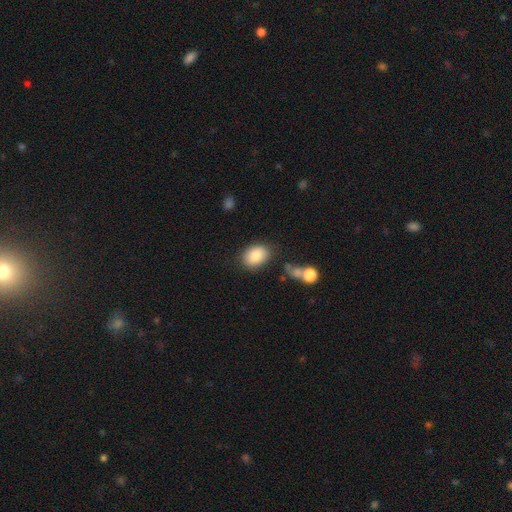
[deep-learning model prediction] smooth 83%, featured or disk 9%, star or artifact 8%. Down the decision tree: how rounded — in between (75%); merging — none (78%).